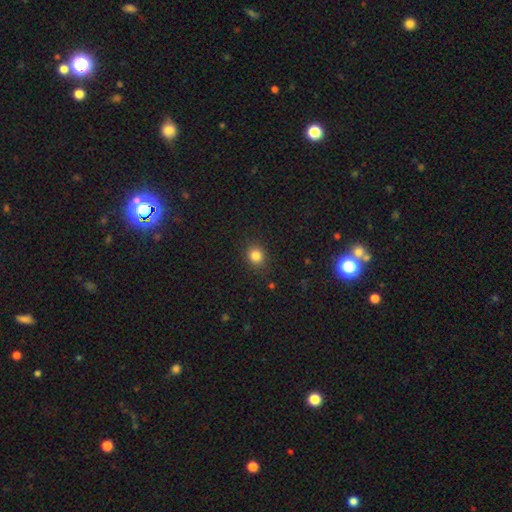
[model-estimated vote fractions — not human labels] Smooth or featured: smooth — 83% (star or artifact — 12%)
How rounded: round — 79% (in between — 20%)
Merging: none — 88% (minor disturbance — 8%)